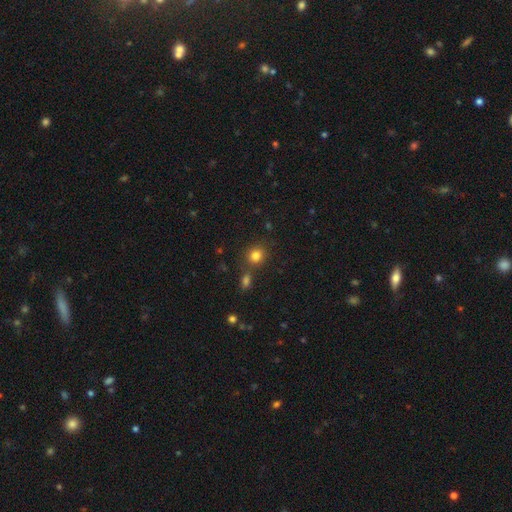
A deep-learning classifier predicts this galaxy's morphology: smooth-or-featured: smooth: 81% | star or artifact: 13% | featured or disk: 6%
  how-rounded: round: 80% | in between: 19% | cigar-shaped: 1%
  merging: none: 73% | merger: 14% | minor disturbance: 10% | major disturbance: 4%